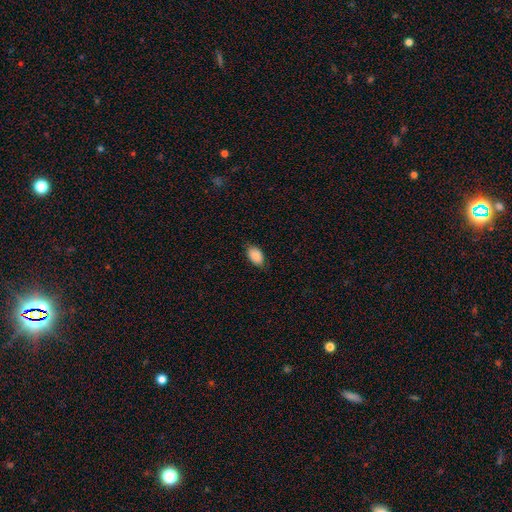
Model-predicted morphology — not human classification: smooth-or-featured: smooth: 89% | star or artifact: 7% | featured or disk: 4%
  how-rounded: in between: 93% | round: 6% | cigar-shaped: 2%
  merging: none: 79% | minor disturbance: 17% | major disturbance: 3% | merger: 1%